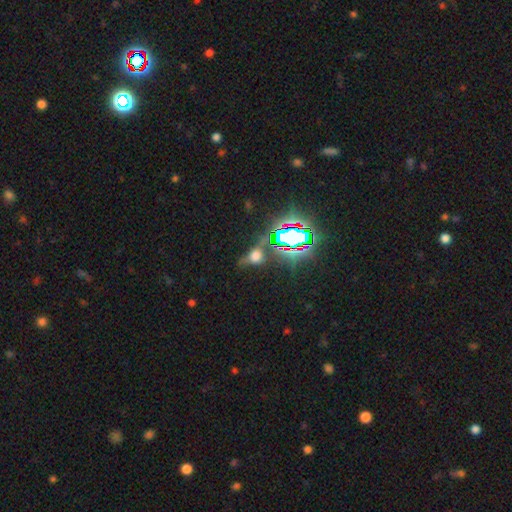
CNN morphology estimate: A star or artifact, not a galaxy (44%).

Vote fractions:
- Smooth or featured? star or artifact: 44% / smooth: 38% / featured or disk: 19%